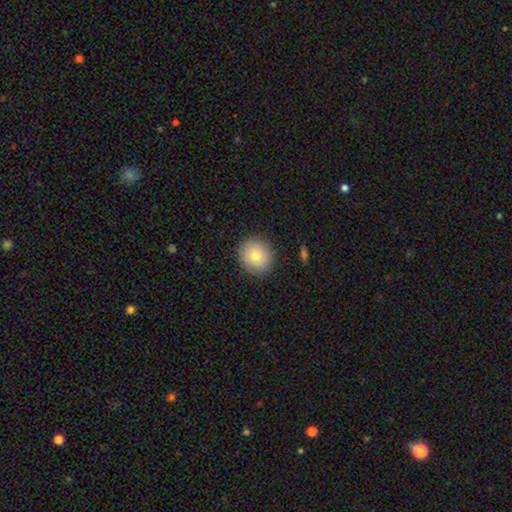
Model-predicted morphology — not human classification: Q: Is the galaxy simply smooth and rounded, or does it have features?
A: smooth — 80%.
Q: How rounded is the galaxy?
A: round — 83%.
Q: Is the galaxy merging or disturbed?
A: none — 89%.